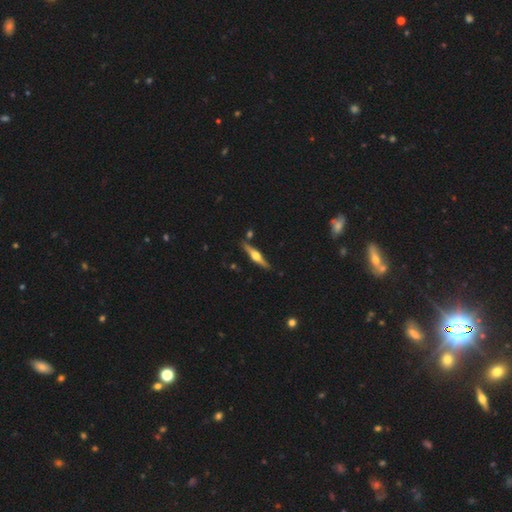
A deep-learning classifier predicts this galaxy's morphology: Smooth or featured? Predicted: featured or disk (p=0.76). Edge-on disk? Predicted: yes (p=0.98). Edge-on bulge? Predicted: rounded (p=0.94). Merging? Predicted: none (p=0.86).